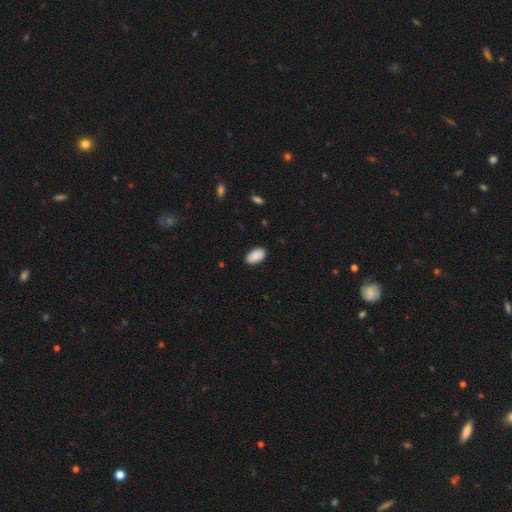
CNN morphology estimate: A smooth galaxy with no disk features (89%) that is in between round and cigar-shaped (95%). Merging: none (84%).